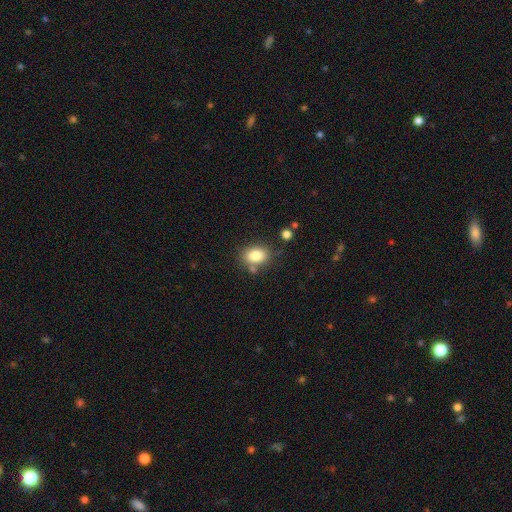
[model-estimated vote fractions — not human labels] Smooth or featured? smooth (83%)
How rounded? in between (69%)
Merging? none (70%)